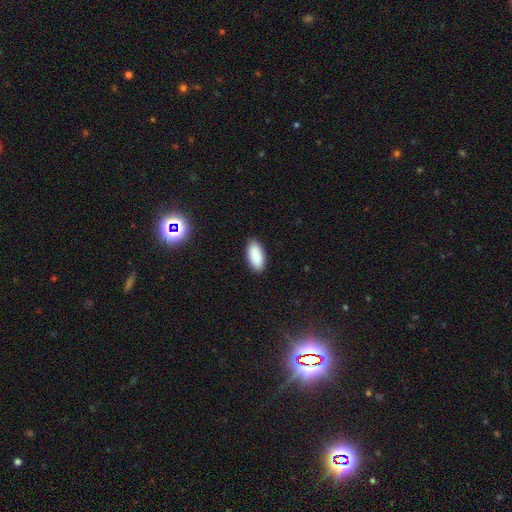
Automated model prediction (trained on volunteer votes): Smooth or featured?
  - smooth: 90% *
  - star or artifact: 7%
  - featured or disk: 4%
How rounded?
  - in between: 92% *
  - cigar-shaped: 6%
  - round: 2%
Merging?
  - none: 89% *
  - minor disturbance: 8%
  - major disturbance: 2%
  - merger: 1%